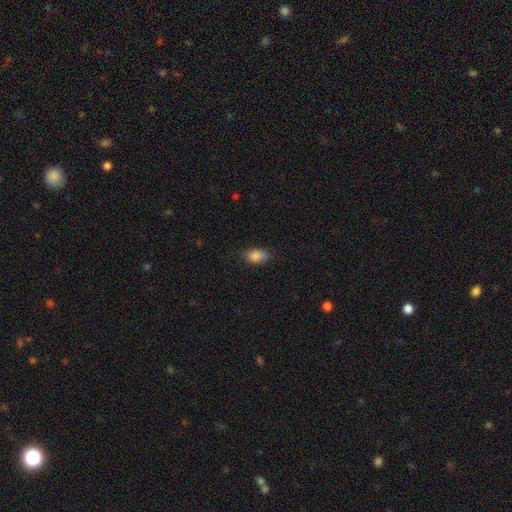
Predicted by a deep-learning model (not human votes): This appears to be a smooth galaxy with no disk features (87%) that is in between round and cigar-shaped (88%). Merging: none (81%).